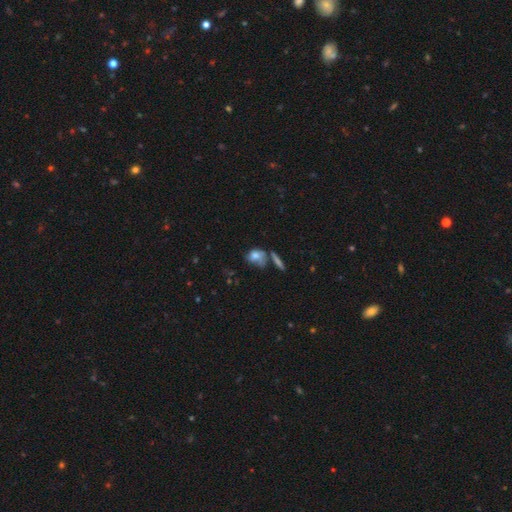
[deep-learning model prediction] A smooth galaxy with no disk features (69%) that is in between round and cigar-shaped (50%).

Vote fractions:
- Smooth or featured? smooth: 69% / featured or disk: 20% / star or artifact: 11%
- How rounded? in between: 50% / round: 44% / cigar-shaped: 6%
- Merging? none: 42% / merger: 27% / minor disturbance: 19% / major disturbance: 11%